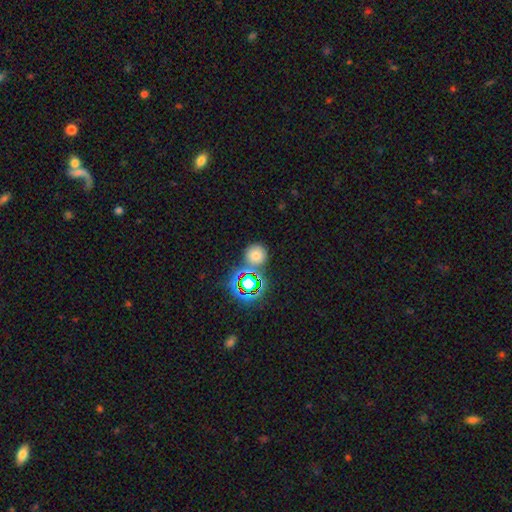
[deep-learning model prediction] smooth_or_featured: smooth (p=0.65) [alt: star or artifact p=0.28]
how_rounded: round (p=0.90) [alt: in between p=0.09]
merging: none (p=0.75) [alt: minor disturbance p=0.11]